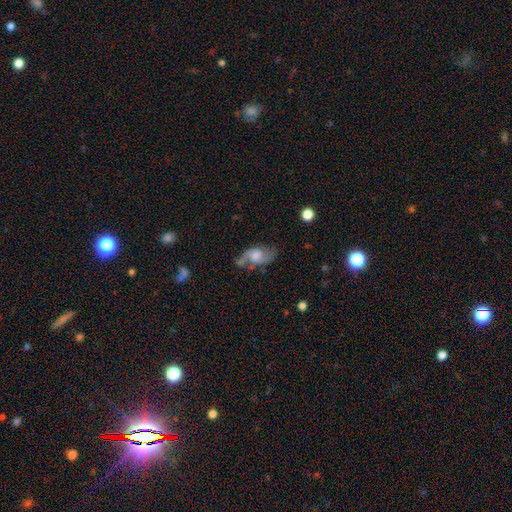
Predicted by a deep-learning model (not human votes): Q: Smooth or featured?
A: featured or disk (62%); runner-up: smooth (30%)
Q: Edge-on disk?
A: no (94%); runner-up: yes (6%)
Q: Bar?
A: no (57%); runner-up: weak (37%)
Q: Spiral arms?
A: yes (87%); runner-up: no (13%)
Q: Spiral winding?
A: loose (44%); runner-up: medium (42%)
Q: Spiral arm count?
A: 2 (84%); runner-up: can't tell (8%)
Q: Bulge size?
A: moderate (33%); runner-up: small (23%)
Q: Merging?
A: none (57%); runner-up: minor disturbance (26%)